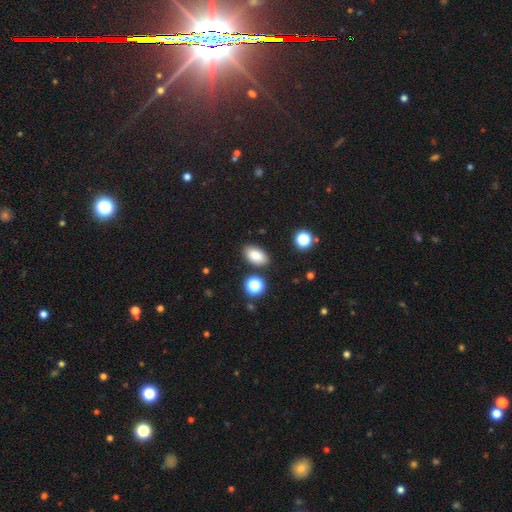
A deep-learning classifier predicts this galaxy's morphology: This is clearly a smooth galaxy (84%). How rounded: clearly in between (91%). Merging: clearly none (84%).